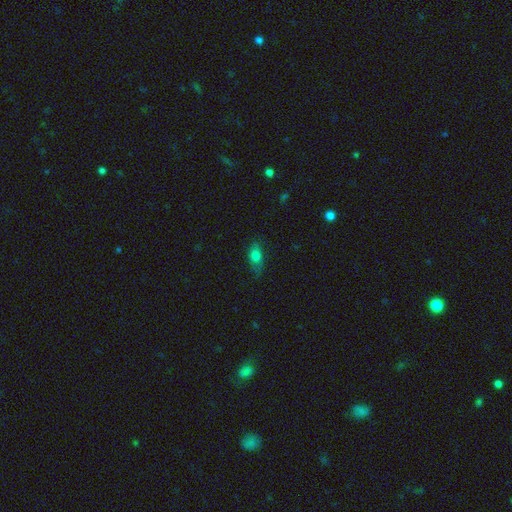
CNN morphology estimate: Smooth or featured? Predicted: smooth (p=0.71). How rounded? Predicted: in between (p=0.78). Merging? Predicted: none (p=0.67).